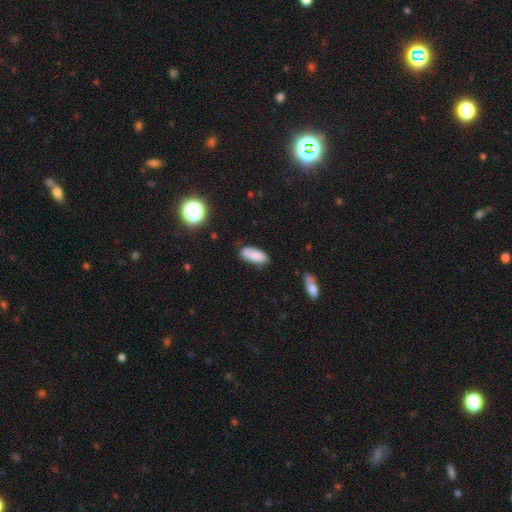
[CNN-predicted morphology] A smooth galaxy with no disk features (84%) that is in between round and cigar-shaped (81%). Merging: none (77%).